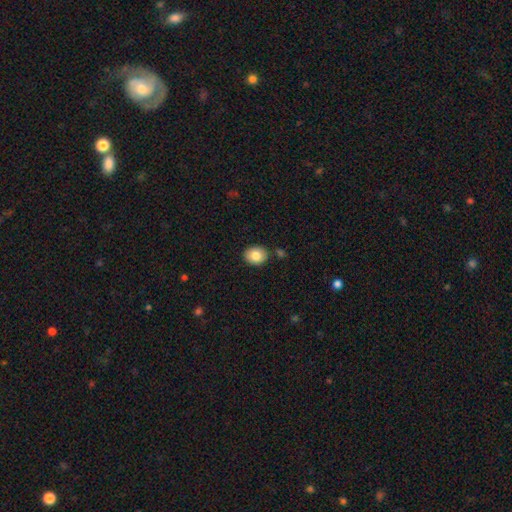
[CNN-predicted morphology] This is clearly a smooth galaxy (83%). How rounded: possibly round (50%). Merging: clearly none (86%).